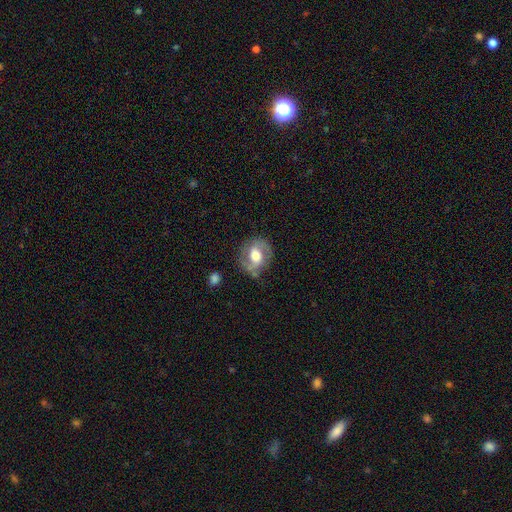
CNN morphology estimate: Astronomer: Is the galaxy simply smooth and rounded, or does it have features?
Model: featured or disk — 61%.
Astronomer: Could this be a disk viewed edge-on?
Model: no — 96%.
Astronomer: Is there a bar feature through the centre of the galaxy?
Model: weak — 43% (runner-up: no, 35%).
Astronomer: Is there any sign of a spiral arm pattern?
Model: yes — 75%.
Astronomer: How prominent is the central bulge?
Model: moderate — 58%.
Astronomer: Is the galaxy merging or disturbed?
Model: none — 71%.